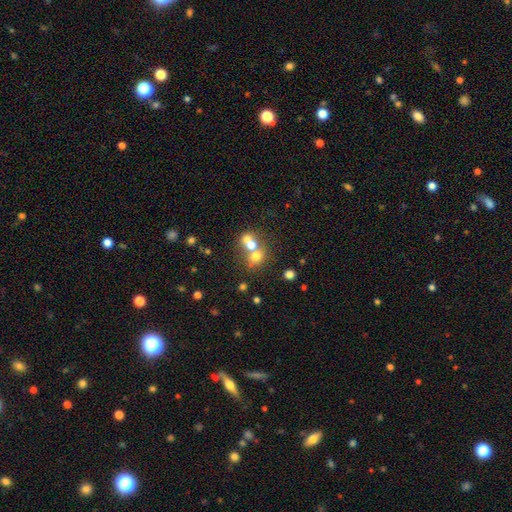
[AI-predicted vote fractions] Overall: smooth (64%). How rounded: round (66%; in between 33%). Merging: merger (56%; none 32%).